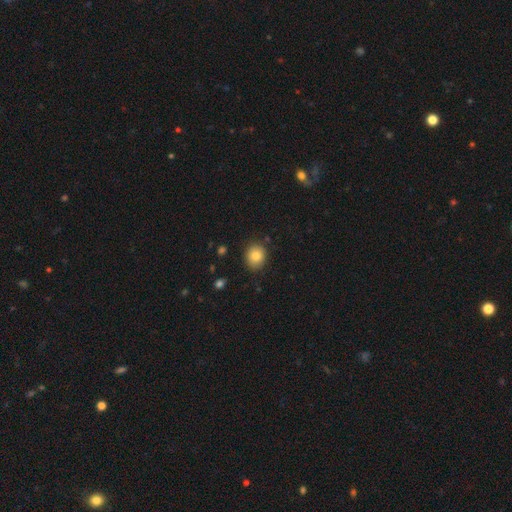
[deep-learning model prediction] Morphology: type=smooth (82%); roundness=round (68%); merging=none (87%).